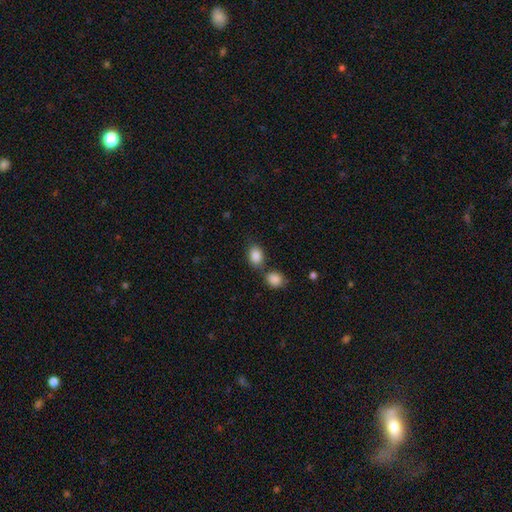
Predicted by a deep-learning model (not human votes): smooth_or_featured: smooth (p=0.87) [alt: star or artifact p=0.08]
how_rounded: in between (p=0.75) [alt: round p=0.24]
merging: none (p=0.61) [alt: merger p=0.24]